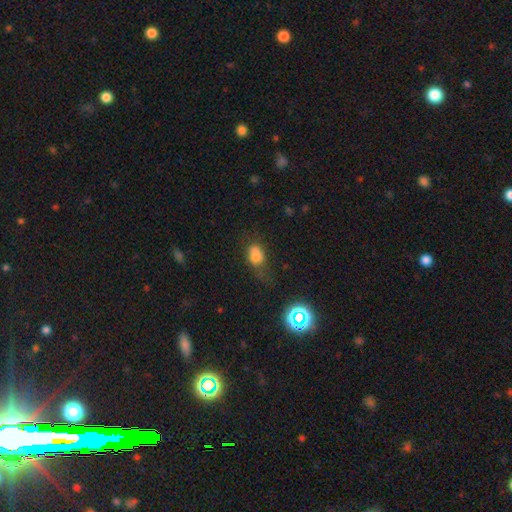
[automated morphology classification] Smooth or featured? Predicted: smooth (p=0.74). How rounded? Predicted: in between (p=0.75). Merging? Predicted: none (p=0.42).